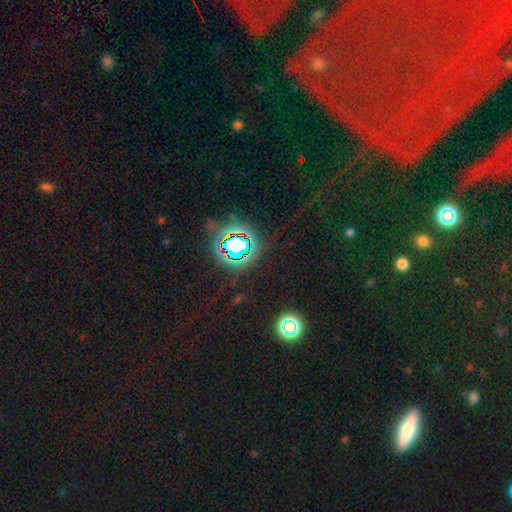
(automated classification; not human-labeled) Overall: star or artifact (65%).